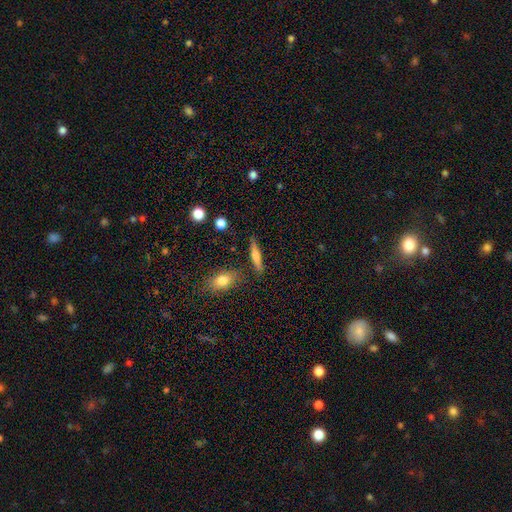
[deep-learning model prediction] smooth 56%, featured or disk 36%, star or artifact 8%. Down the decision tree: how rounded — cigar-shaped (80%); merging — none (81%).